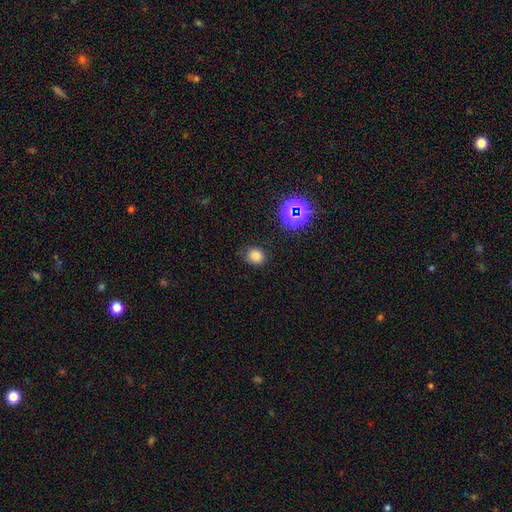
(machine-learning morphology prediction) The model was most divided on "how rounded": round: 68%, in between: 31%, cigar-shaped: 1%. More confident: merging — none (82%); smooth or featured — smooth (76%).